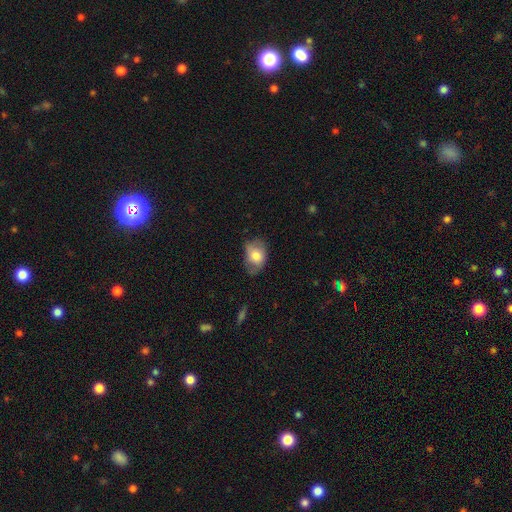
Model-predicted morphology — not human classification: Smooth or featured? smooth (70%)
How rounded? in between (75%)
Merging? none (52%)